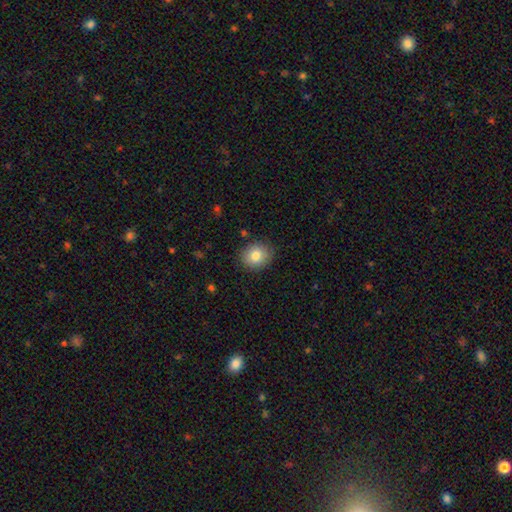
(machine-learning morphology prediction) Smooth or featured?
  - smooth: 82% *
  - star or artifact: 9%
  - featured or disk: 9%
How rounded?
  - round: 67% *
  - in between: 32%
  - cigar-shaped: 1%
Merging?
  - none: 86% *
  - minor disturbance: 10%
  - major disturbance: 2%
  - merger: 1%